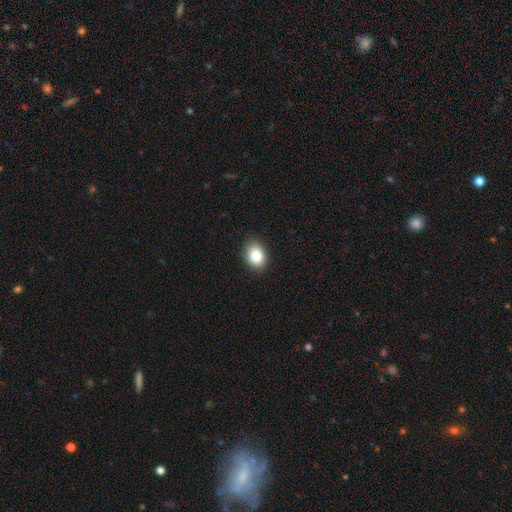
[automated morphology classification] smooth_or_featured: smooth (p=0.84) [alt: star or artifact p=0.09]
how_rounded: in between (p=0.60) [alt: round p=0.39]
merging: none (p=0.88) [alt: minor disturbance p=0.09]